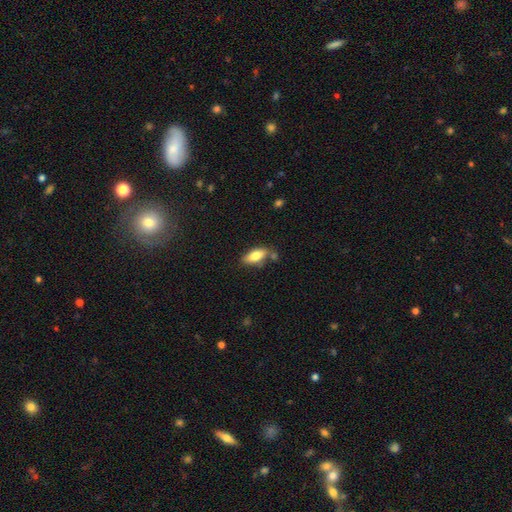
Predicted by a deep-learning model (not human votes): smooth_or_featured: smooth (p=0.77) [alt: featured or disk p=0.16]
how_rounded: in between (p=0.82) [alt: cigar-shaped p=0.15]
merging: none (p=0.70) [alt: minor disturbance p=0.17]